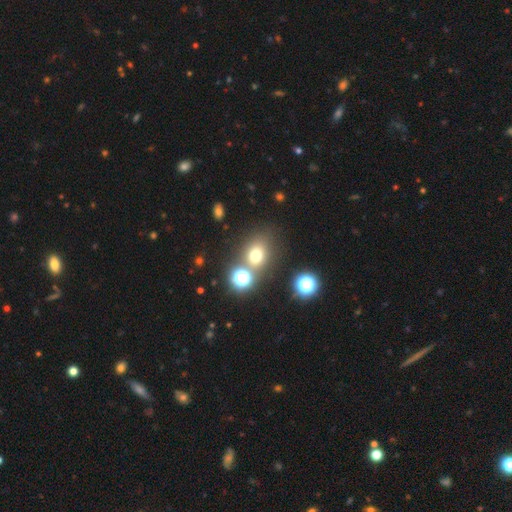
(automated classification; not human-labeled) Morphology: type=smooth (68%); roundness=round (64%); merging=none (68%).